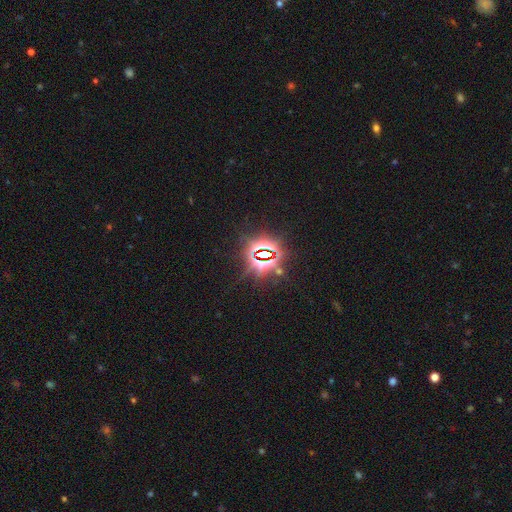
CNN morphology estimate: Smooth or featured: star or artifact — 84% (smooth — 9%)